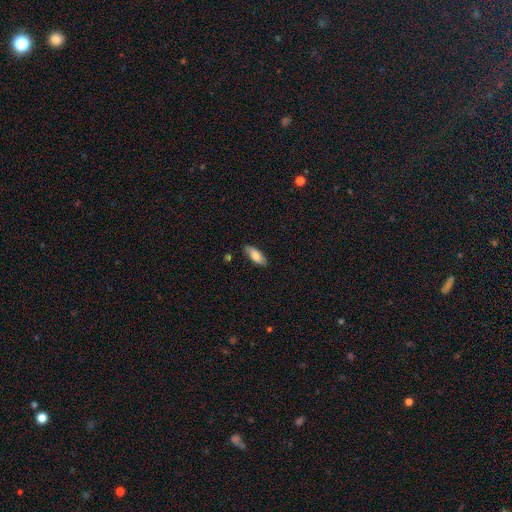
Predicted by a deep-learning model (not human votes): smooth-or-featured: smooth: 82% | featured or disk: 11% | star or artifact: 6%
  how-rounded: in between: 79% | cigar-shaped: 19% | round: 2%
  merging: none: 80% | minor disturbance: 16% | major disturbance: 3% | merger: 2%